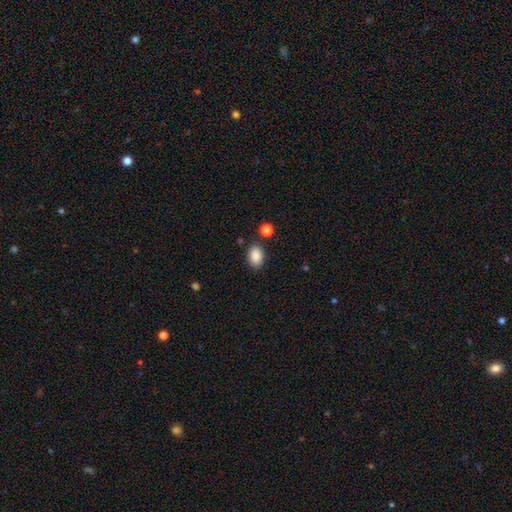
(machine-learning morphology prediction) smooth_or_featured: smooth (p=0.89) [alt: star or artifact p=0.08]
how_rounded: in between (p=0.80) [alt: round p=0.19]
merging: none (p=0.82) [alt: minor disturbance p=0.11]